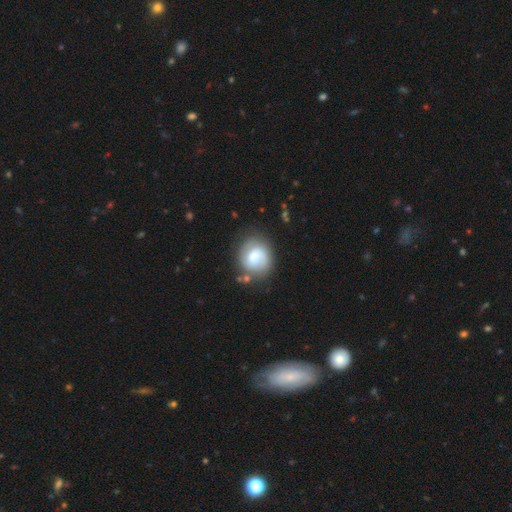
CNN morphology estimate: Overall: smooth (51%; featured or disk 41%). How rounded: round (77%). Merging: none (66%).